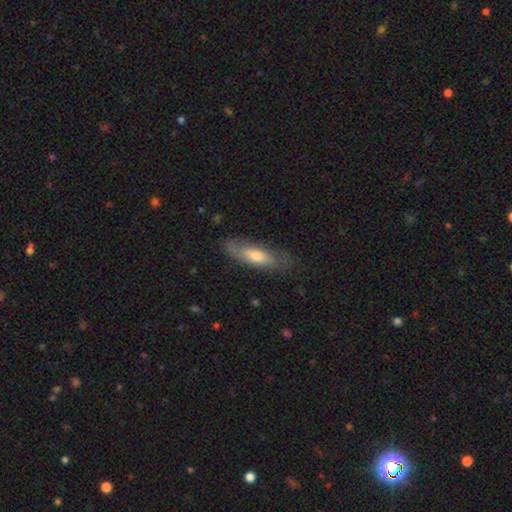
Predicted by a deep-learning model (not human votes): Q: Smooth or featured?
A: smooth (58%); runner-up: featured or disk (35%)
Q: How rounded?
A: in between (53%); runner-up: cigar-shaped (45%)
Q: Merging?
A: none (70%); runner-up: minor disturbance (22%)